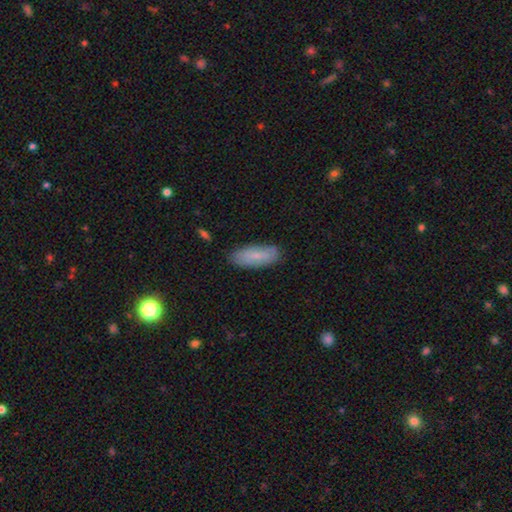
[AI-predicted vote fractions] The model was most divided on "smooth or featured": smooth: 72%, featured or disk: 21%, star or artifact: 7%. More confident: merging — none (82%); how rounded — in between (78%).